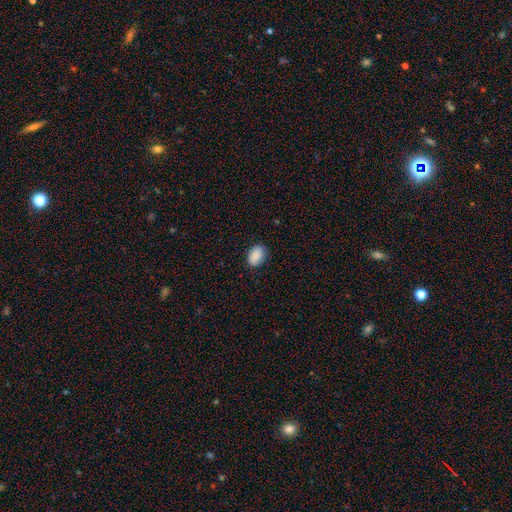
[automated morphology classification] The model was most divided on "merging": none: 85%, minor disturbance: 12%, major disturbance: 2%, merger: 1%. More confident: smooth or featured — smooth (89%); how rounded — in between (88%).